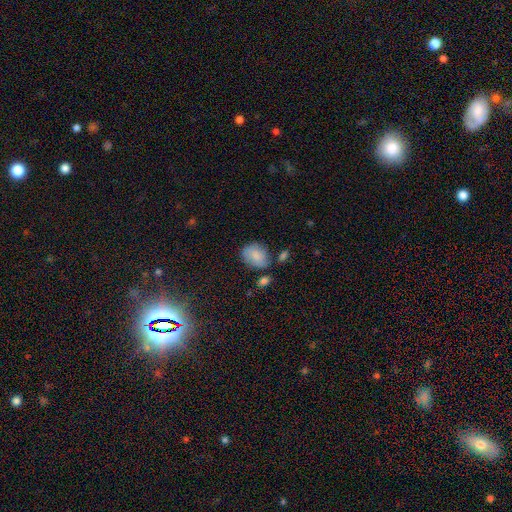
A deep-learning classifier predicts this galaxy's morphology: Smooth or featured: smooth — 83% (featured or disk — 9%)
How rounded: in between — 68% (round — 31%)
Merging: none — 61% (minor disturbance — 25%)